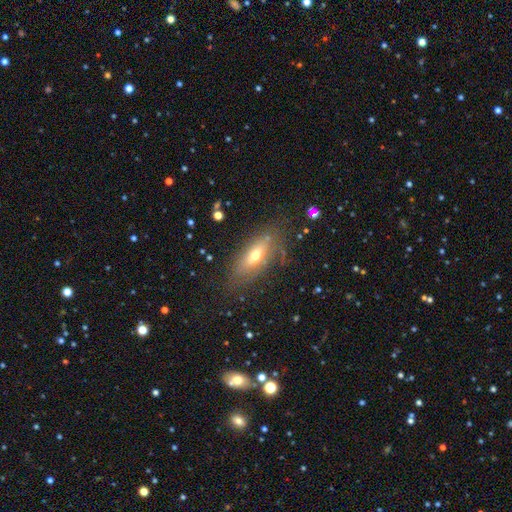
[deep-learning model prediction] Smooth or featured: smooth — 53% (featured or disk — 36%)
How rounded: in between — 71% (cigar-shaped — 24%)
Merging: none — 71% (minor disturbance — 18%)